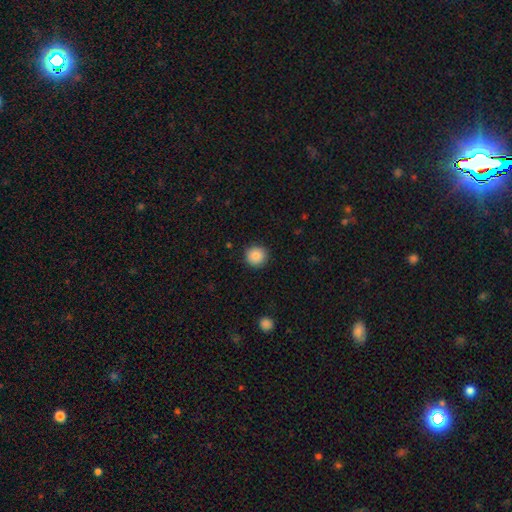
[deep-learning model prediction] smooth 88%, star or artifact 9%, featured or disk 4%. Down the decision tree: how rounded — round (94%); merging — none (91%).